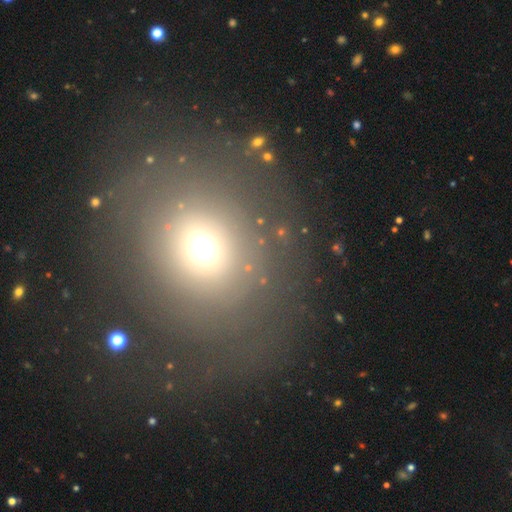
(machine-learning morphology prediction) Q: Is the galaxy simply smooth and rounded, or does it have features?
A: smooth — 57%.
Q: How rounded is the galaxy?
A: round — 78%.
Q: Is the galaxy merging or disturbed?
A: none — 72%.